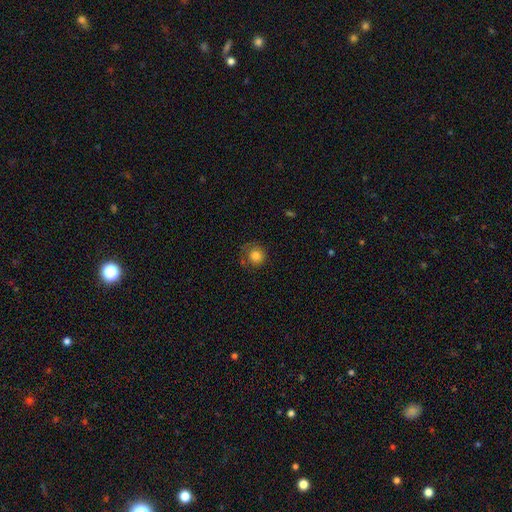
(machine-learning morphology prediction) The model was most divided on "merging": none: 63%, minor disturbance: 21%, major disturbance: 13%, merger: 3%. More confident: how rounded — round (91%); smooth or featured — smooth (79%).